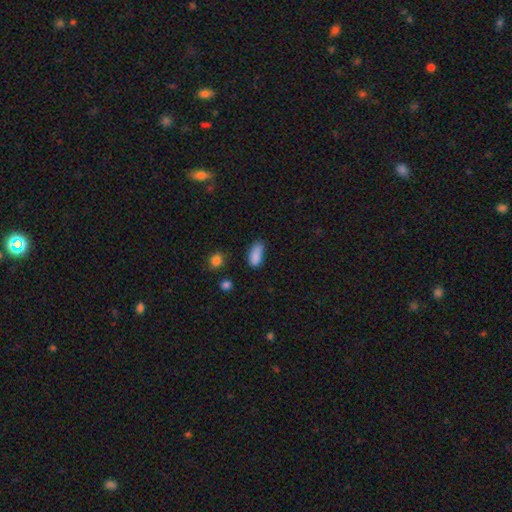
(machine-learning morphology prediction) Q: Smooth or featured?
A: smooth (86%); runner-up: star or artifact (9%)
Q: How rounded?
A: in between (84%); runner-up: cigar-shaped (12%)
Q: Merging?
A: none (54%); runner-up: minor disturbance (34%)